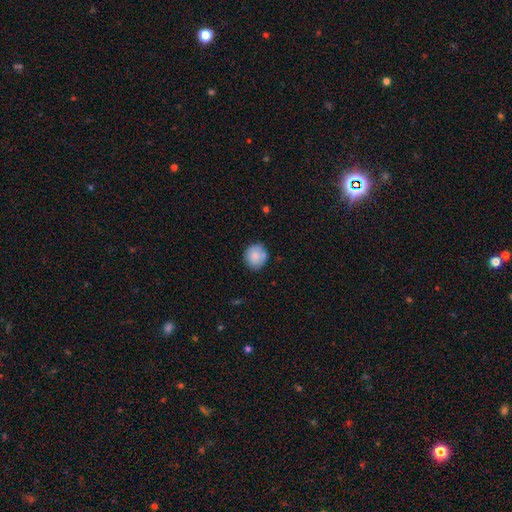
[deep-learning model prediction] Smooth or featured?
  - smooth: 83% *
  - featured or disk: 9%
  - star or artifact: 7%
How rounded?
  - round: 84% *
  - in between: 16%
  - cigar-shaped: 1%
Merging?
  - none: 76% *
  - minor disturbance: 16%
  - merger: 5%
  - major disturbance: 3%